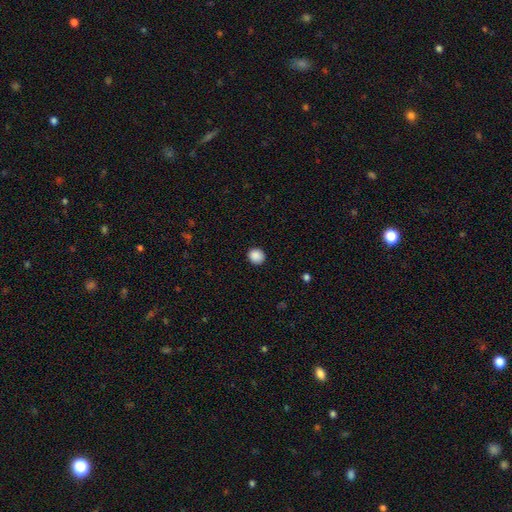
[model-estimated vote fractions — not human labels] smooth_or_featured: smooth (p=0.88) [alt: star or artifact p=0.09]
how_rounded: round (p=0.90) [alt: in between p=0.09]
merging: none (p=0.91) [alt: minor disturbance p=0.06]